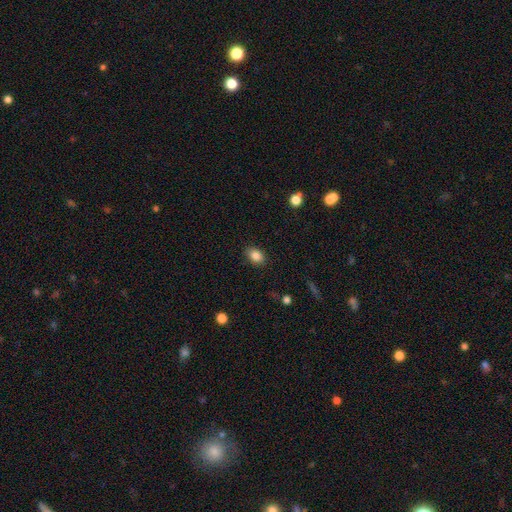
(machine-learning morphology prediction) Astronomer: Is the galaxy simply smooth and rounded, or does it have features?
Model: smooth — 86%.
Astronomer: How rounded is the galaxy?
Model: in between — 70%.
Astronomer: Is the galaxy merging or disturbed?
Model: none — 84%.